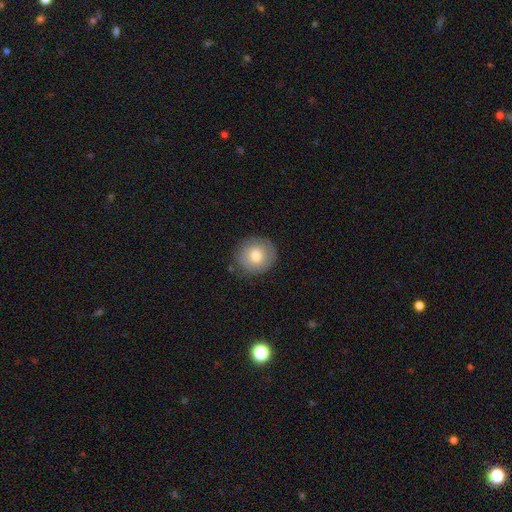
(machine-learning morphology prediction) smooth-or-featured: smooth: 75% | featured or disk: 17% | star or artifact: 8%
  how-rounded: round: 87% | in between: 12% | cigar-shaped: 1%
  merging: none: 84% | minor disturbance: 11% | major disturbance: 3% | merger: 1%